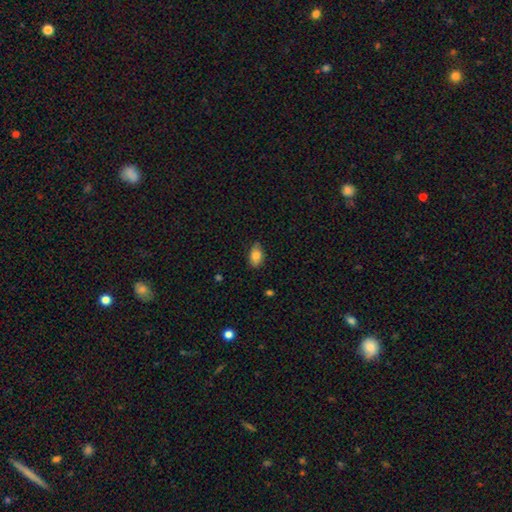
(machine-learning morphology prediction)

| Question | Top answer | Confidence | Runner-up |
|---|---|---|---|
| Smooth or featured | smooth | 81% | featured or disk (11%) |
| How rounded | in between | 91% | round (6%) |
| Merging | none | 77% | minor disturbance (19%) |